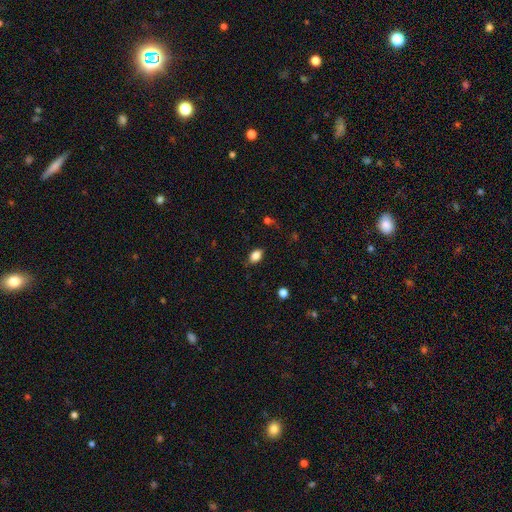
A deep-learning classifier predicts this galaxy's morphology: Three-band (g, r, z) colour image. It shows a smooth galaxy with no disk features (83%) that is in between round and cigar-shaped (85%). Merging: none (81%).